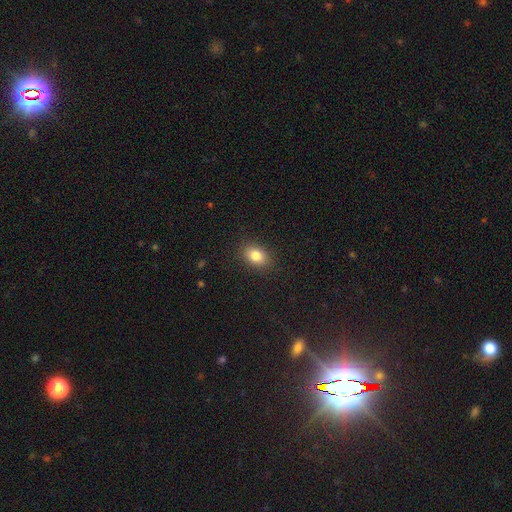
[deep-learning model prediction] Smooth or featured? Predicted: smooth (p=0.83). How rounded? Predicted: in between (p=0.79). Merging? Predicted: none (p=0.88).